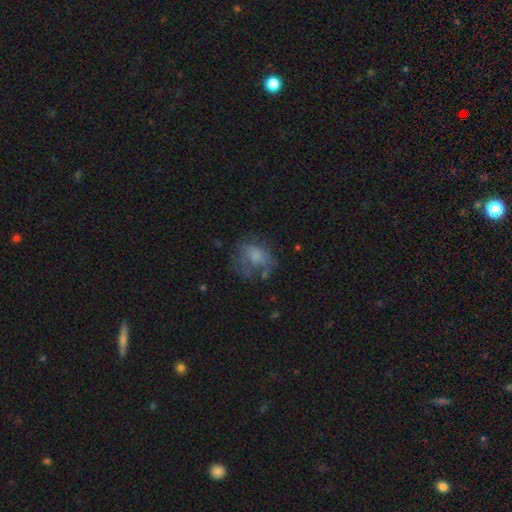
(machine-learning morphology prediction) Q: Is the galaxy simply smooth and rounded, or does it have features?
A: smooth — 57%.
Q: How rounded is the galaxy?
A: in between — 51%.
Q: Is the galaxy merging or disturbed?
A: none — 42%.